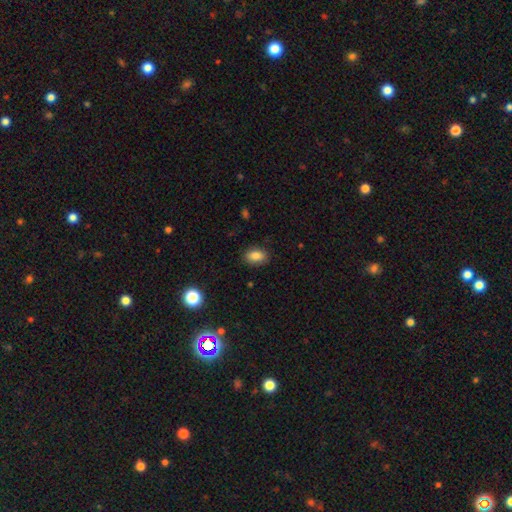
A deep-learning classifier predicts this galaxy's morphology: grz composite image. It shows a smooth galaxy with no disk features (84%) that is in between round and cigar-shaped (85%). Merging: none (86%).